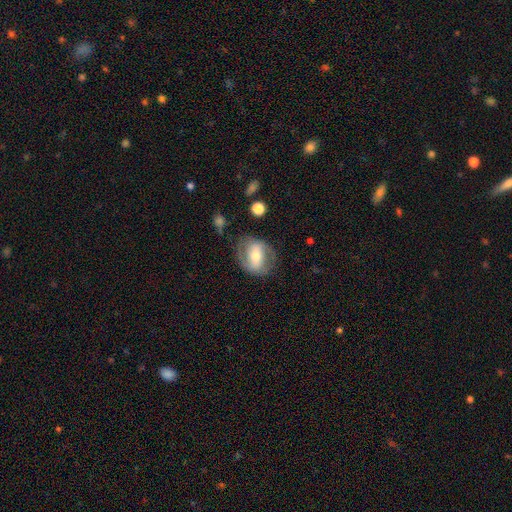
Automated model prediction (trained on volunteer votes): smooth_or_featured: featured or disk (p=0.56) [alt: smooth p=0.38]
disk_edge_on: no (p=0.94) [alt: yes p=0.06]
bar: strong (p=0.43) [alt: weak p=0.35]
has_spiral_arms: yes (p=0.61) [alt: no p=0.39]
bulge_size: moderate (p=0.66) [alt: small p=0.19]
merging: none (p=0.73) [alt: minor disturbance p=0.17]